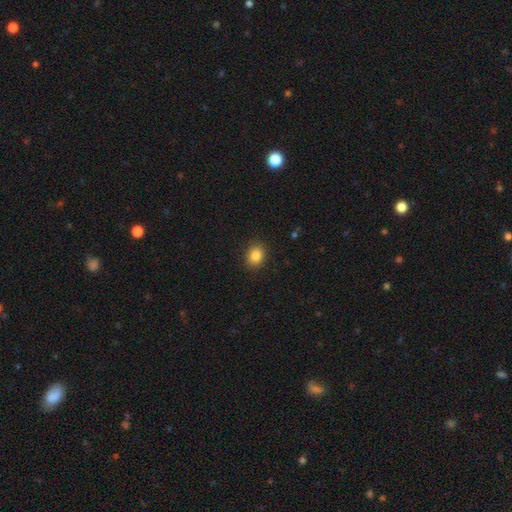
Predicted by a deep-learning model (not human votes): This is clearly a smooth galaxy (84%). How rounded: likely round (61%). Merging: clearly none (90%).